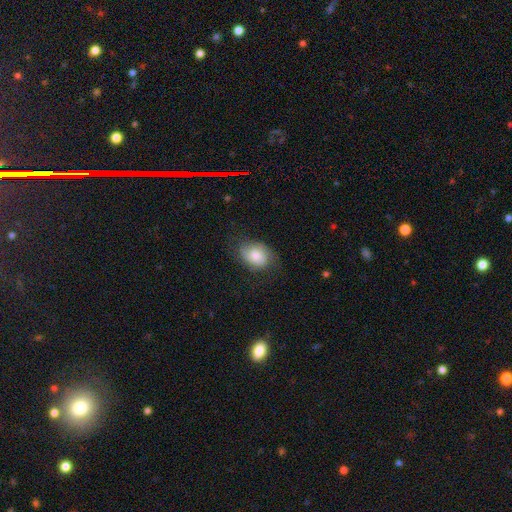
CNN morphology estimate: The model was most divided on "merging": none: 66%, minor disturbance: 24%, major disturbance: 10%, merger: 1%. More confident: how rounded — in between (73%); smooth or featured — smooth (71%).